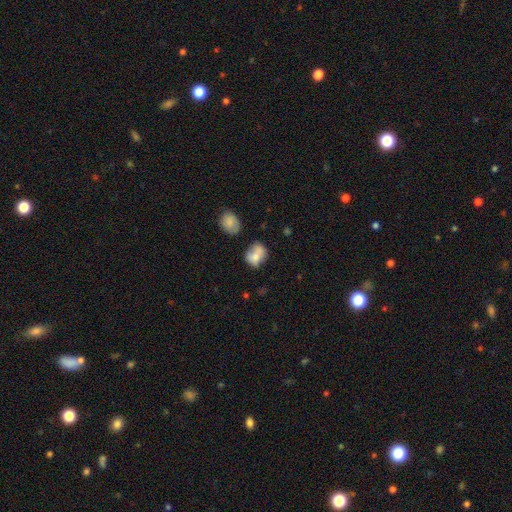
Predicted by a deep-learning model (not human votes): Smooth or featured? smooth (72%)
How rounded? in between (54%)
Merging? none (40%)